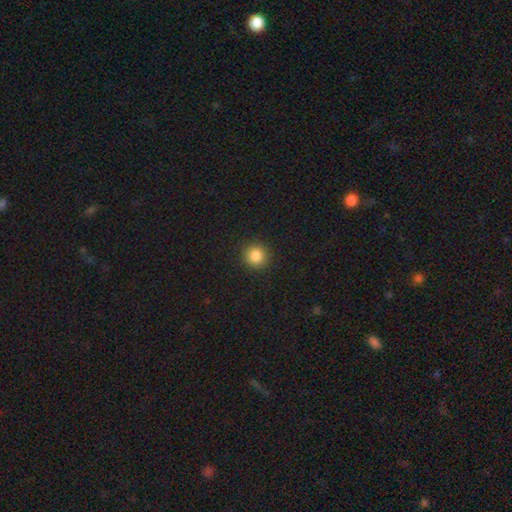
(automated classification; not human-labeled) Morphology: type=smooth (85%); roundness=round (93%); merging=none (91%).